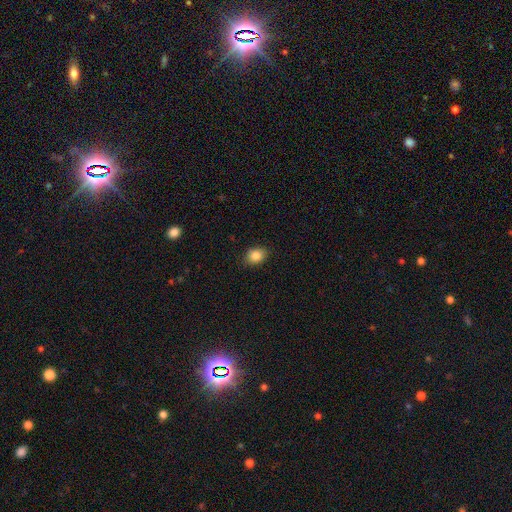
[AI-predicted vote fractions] A smooth galaxy with no disk features (85%) that is in between round and cigar-shaped (61%). Merging: none (86%).